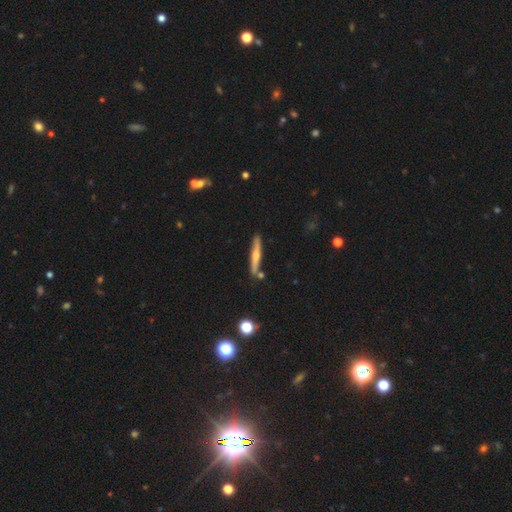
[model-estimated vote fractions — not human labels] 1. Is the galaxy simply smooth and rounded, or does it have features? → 62% featured or disk, 31% smooth, 7% star or artifact.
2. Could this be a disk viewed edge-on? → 95% yes, 5% no.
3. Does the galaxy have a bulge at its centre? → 85% rounded, 12% none, 4% boxy.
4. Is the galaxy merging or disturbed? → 84% none, 10% minor disturbance, 4% merger, 2% major disturbance.